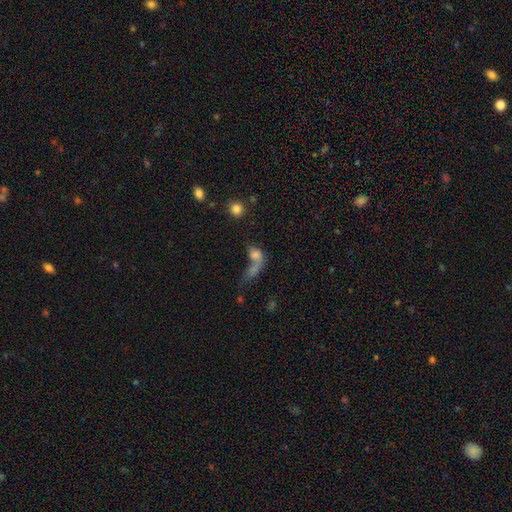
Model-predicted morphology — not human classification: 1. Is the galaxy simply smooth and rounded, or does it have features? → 56% smooth, 23% featured or disk, 21% star or artifact.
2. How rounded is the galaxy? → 57% in between, 32% round, 11% cigar-shaped.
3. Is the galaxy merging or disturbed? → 52% merger, 23% none, 15% major disturbance, 9% minor disturbance.